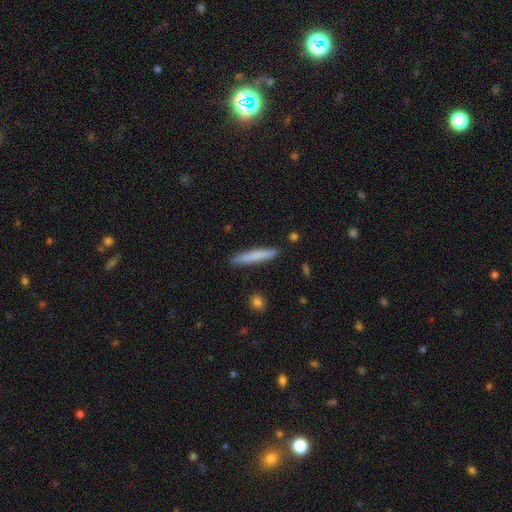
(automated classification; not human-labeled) This appears to be a smooth galaxy with no disk features (77%) that is cigar-shaped (95%). Merging: none (89%).